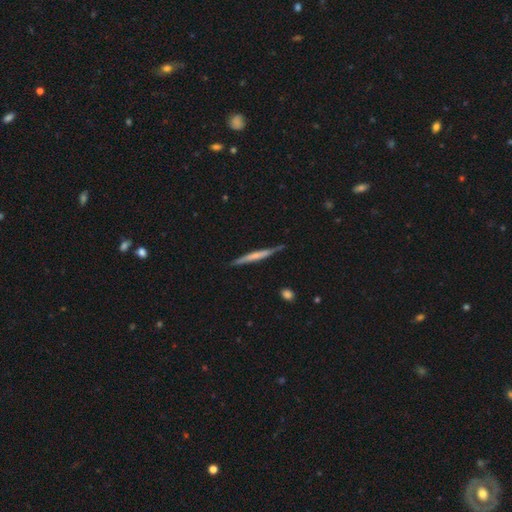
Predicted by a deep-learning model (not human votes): A featured or disk galaxy (51%) viewed edge-on (96%).

Vote fractions:
- Smooth or featured? featured or disk: 51% / smooth: 44% / star or artifact: 5%
- Edge-on disk? yes: 96% / no: 4%
- Merging? none: 82% / minor disturbance: 14% / major disturbance: 2% / merger: 2%